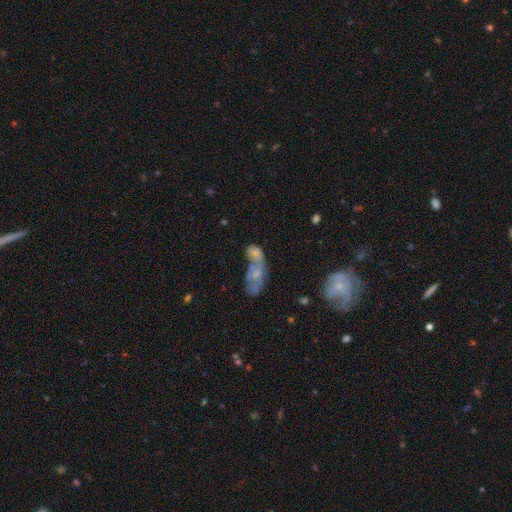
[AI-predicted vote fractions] Smooth or featured: smooth — 48% (featured or disk — 40%)
Merging: merger — 60% (none — 18%)